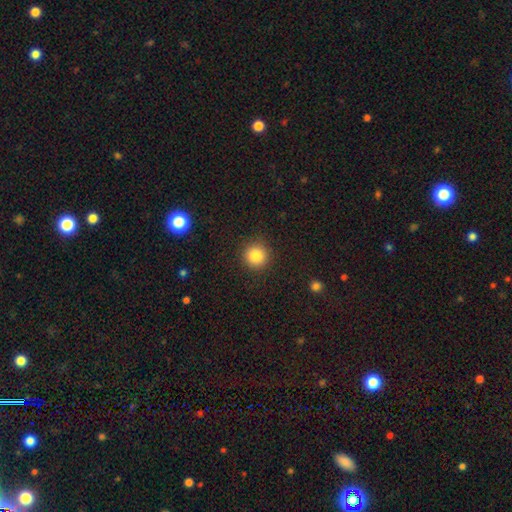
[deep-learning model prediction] smooth 85%, star or artifact 10%, featured or disk 4%. Down the decision tree: how rounded — round (94%); merging — none (90%).